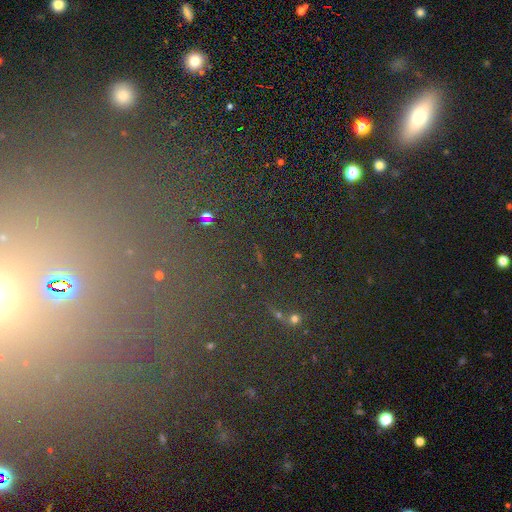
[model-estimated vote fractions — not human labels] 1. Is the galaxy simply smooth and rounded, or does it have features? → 60% star or artifact, 27% smooth, 13% featured or disk.